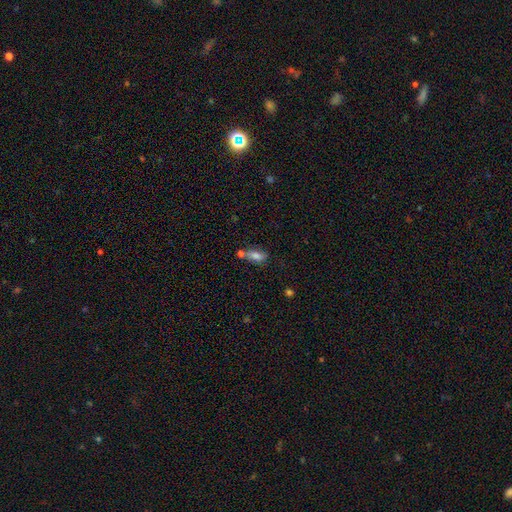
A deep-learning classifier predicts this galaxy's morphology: This appears to be a smooth galaxy with no disk features (76%) that is in between round and cigar-shaped (82%). Merging: none (44%).